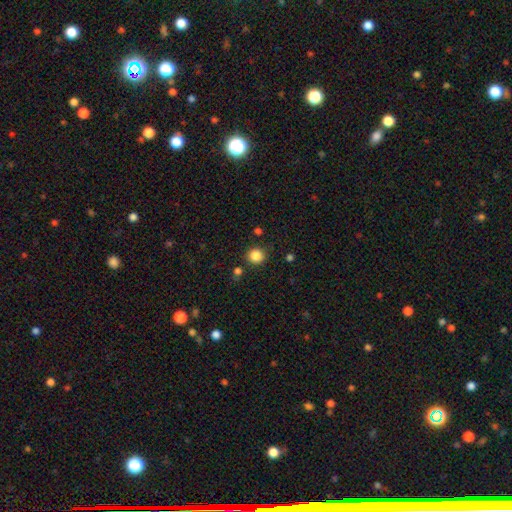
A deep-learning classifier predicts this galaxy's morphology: smooth 85%, star or artifact 12%, featured or disk 4%. Down the decision tree: how rounded — round (90%); merging — none (85%).